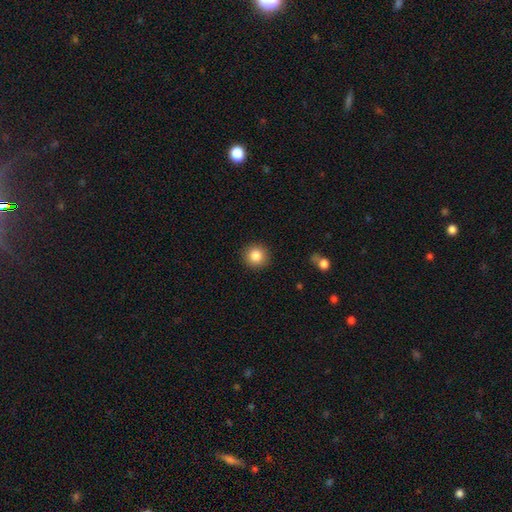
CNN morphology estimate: The model was most divided on "smooth or featured": smooth: 85%, star or artifact: 9%, featured or disk: 6%. More confident: how rounded — round (94%); merging — none (91%).